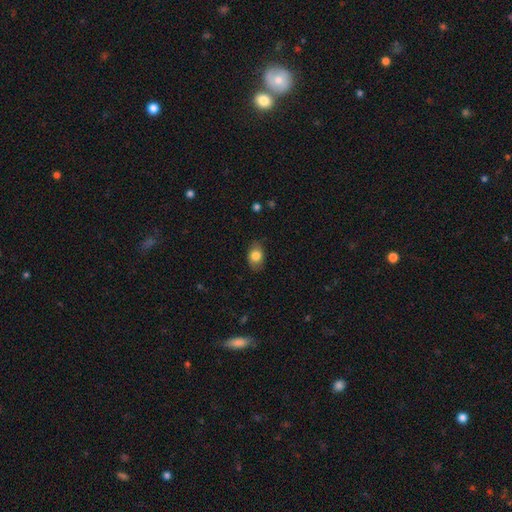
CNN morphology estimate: Smooth or featured? smooth (81%)
How rounded? in between (77%)
Merging? none (80%)